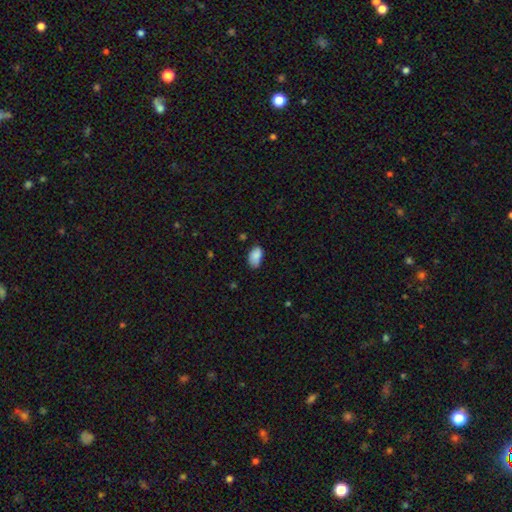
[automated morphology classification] Smooth or featured? Predicted: smooth (p=0.86). How rounded? Predicted: in between (p=0.93). Merging? Predicted: none (p=0.62).